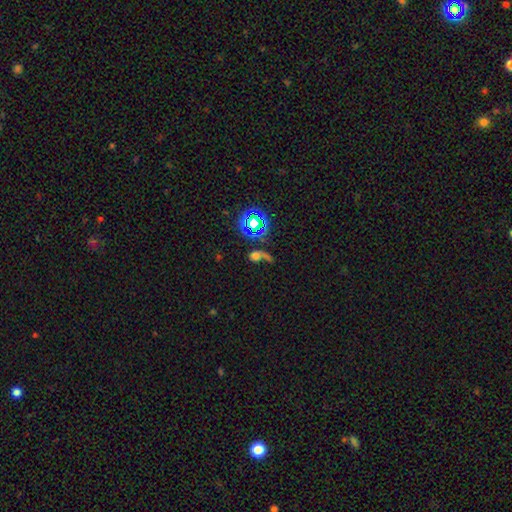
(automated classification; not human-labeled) A smooth galaxy with no disk features (48%). Merging: none (32%).